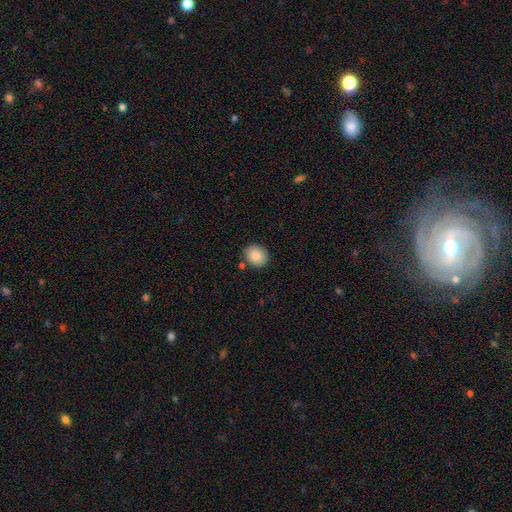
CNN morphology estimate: A smooth galaxy with no disk features (88%) that is round (64%). Merging: none (84%).